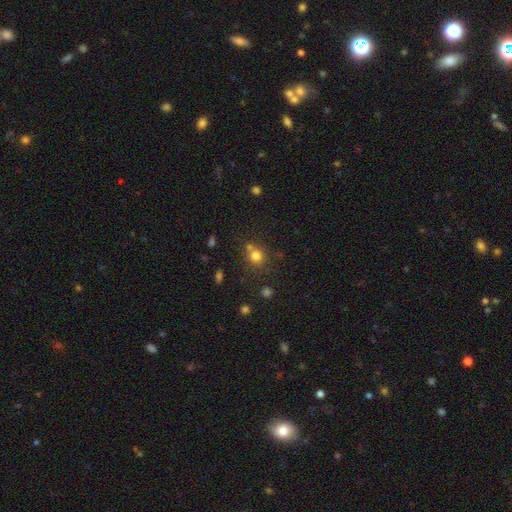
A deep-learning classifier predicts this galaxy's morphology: type=smooth (76%); roundness=round (85%); merging=none (64%).